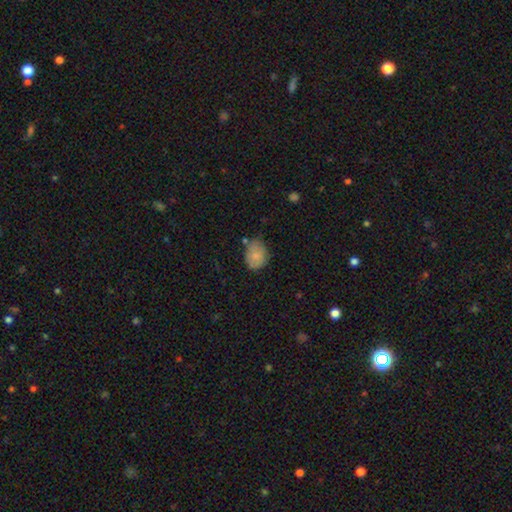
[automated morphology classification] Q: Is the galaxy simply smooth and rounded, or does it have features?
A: smooth — 82%.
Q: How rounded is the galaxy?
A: in between — 59%.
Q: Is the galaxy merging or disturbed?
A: none — 63%.